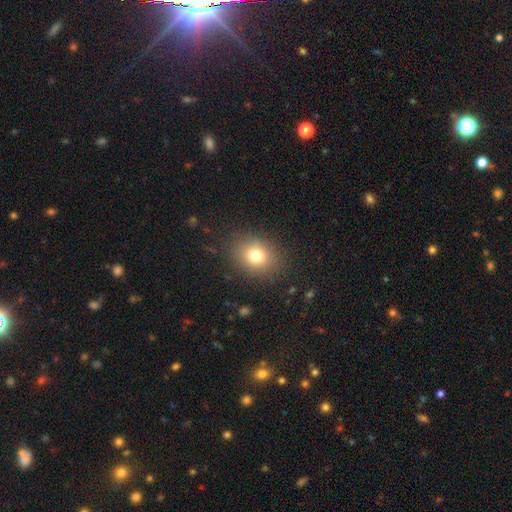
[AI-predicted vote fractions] smooth 77%, star or artifact 13%, featured or disk 10%. Down the decision tree: how rounded — in between (52%); merging — none (85%).